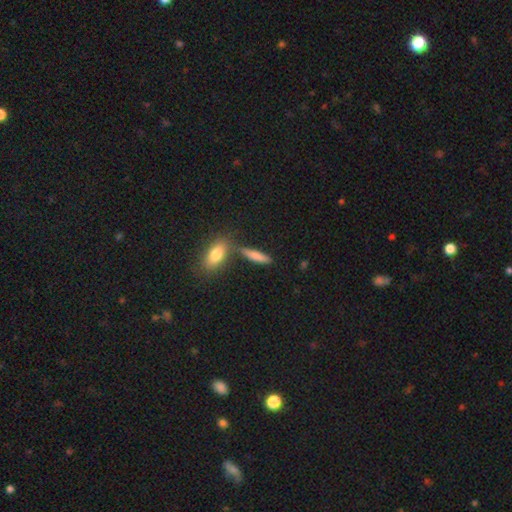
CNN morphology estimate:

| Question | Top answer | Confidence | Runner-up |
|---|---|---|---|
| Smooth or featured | smooth | 77% | featured or disk (15%) |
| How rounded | cigar-shaped | 69% | in between (28%) |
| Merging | none | 68% | merger (15%) |